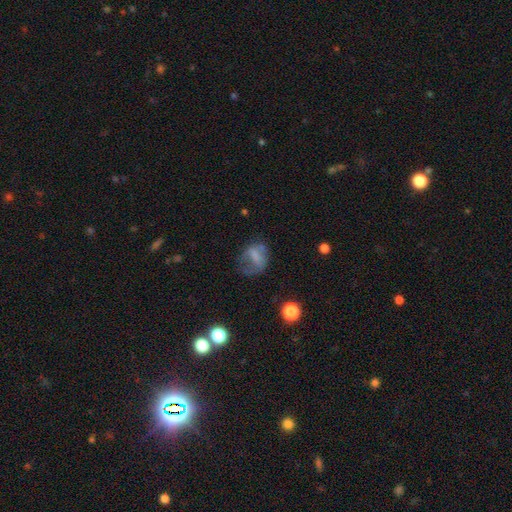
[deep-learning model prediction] This is possibly a smooth galaxy (54%). How rounded: likely in between (63%). Merging: marginally major disturbance (41%).